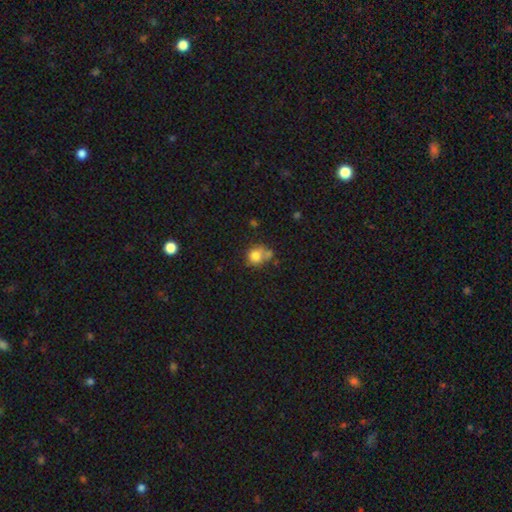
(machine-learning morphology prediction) smooth_or_featured: smooth (p=0.76) [alt: featured or disk p=0.13]
how_rounded: round (p=0.71) [alt: in between p=0.28]
merging: none (p=0.45) [alt: merger p=0.28]